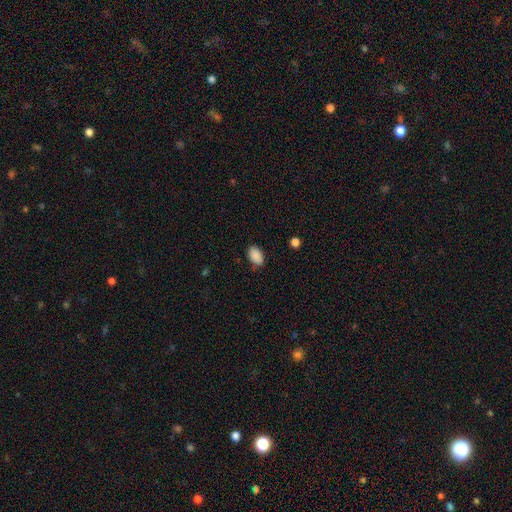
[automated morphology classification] Smooth or featured?
  - smooth: 89% *
  - star or artifact: 8%
  - featured or disk: 3%
How rounded?
  - in between: 91% *
  - round: 8%
  - cigar-shaped: 1%
Merging?
  - none: 79% *
  - minor disturbance: 16%
  - major disturbance: 3%
  - merger: 2%